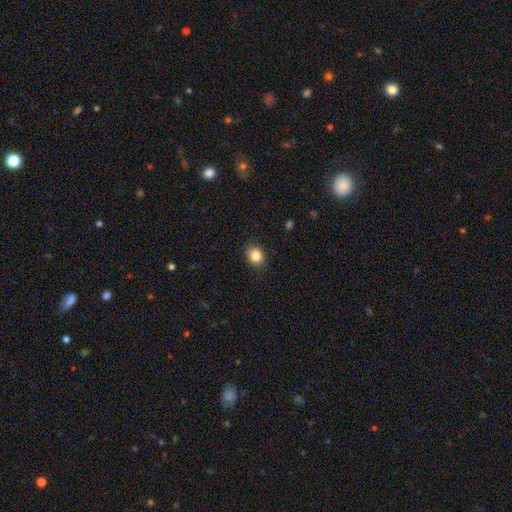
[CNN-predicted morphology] Smooth or featured: smooth — 84% (star or artifact — 10%)
How rounded: round — 63% (in between — 37%)
Merging: none — 87% (minor disturbance — 10%)